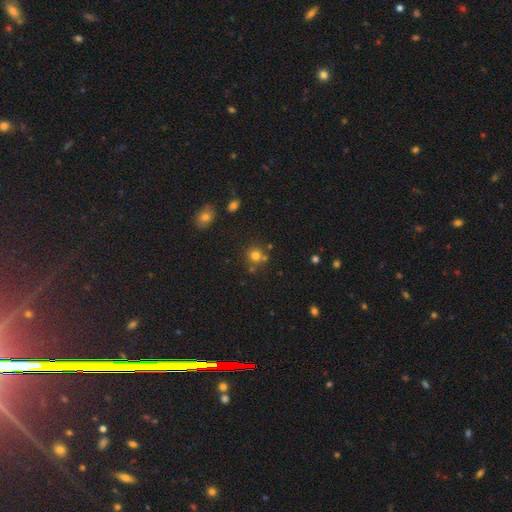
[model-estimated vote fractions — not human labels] Smooth or featured? smooth (75%)
How rounded? round (89%)
Merging? none (69%)